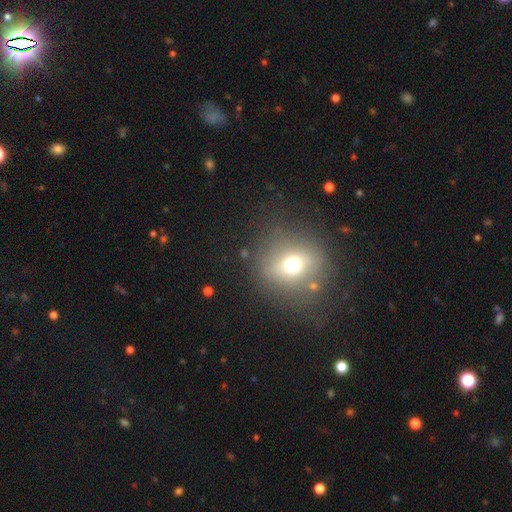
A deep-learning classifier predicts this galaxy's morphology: This appears to be a smooth galaxy with no disk features (49%). Merging: none (80%).